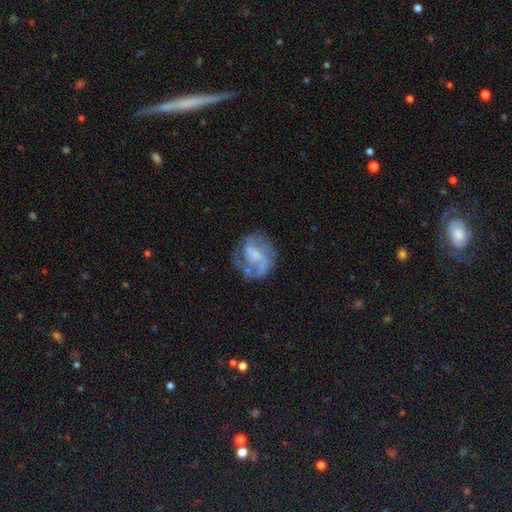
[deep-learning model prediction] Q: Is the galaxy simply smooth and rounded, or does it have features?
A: featured or disk — 74%.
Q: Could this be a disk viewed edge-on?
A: no — 98%.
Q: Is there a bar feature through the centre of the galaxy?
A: weak — 47%.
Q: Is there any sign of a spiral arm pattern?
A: yes — 83%.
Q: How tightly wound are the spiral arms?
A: medium — 46%.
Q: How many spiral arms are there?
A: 2 — 50%.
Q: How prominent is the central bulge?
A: small — 37%.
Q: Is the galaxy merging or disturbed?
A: none — 56%.